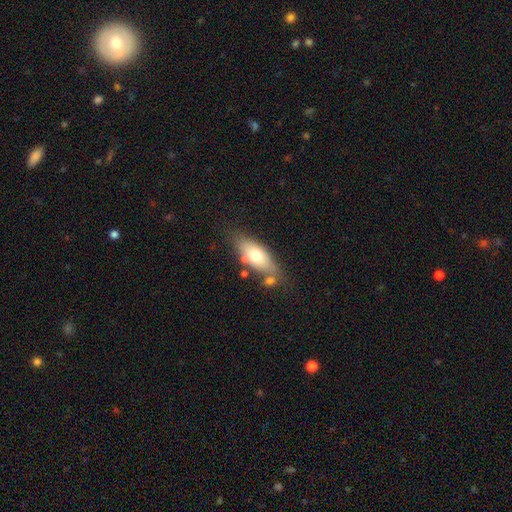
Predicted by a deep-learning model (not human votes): Q: Smooth or featured?
A: smooth (65%); runner-up: featured or disk (28%)
Q: How rounded?
A: in between (79%); runner-up: cigar-shaped (17%)
Q: Merging?
A: none (62%); runner-up: minor disturbance (18%)